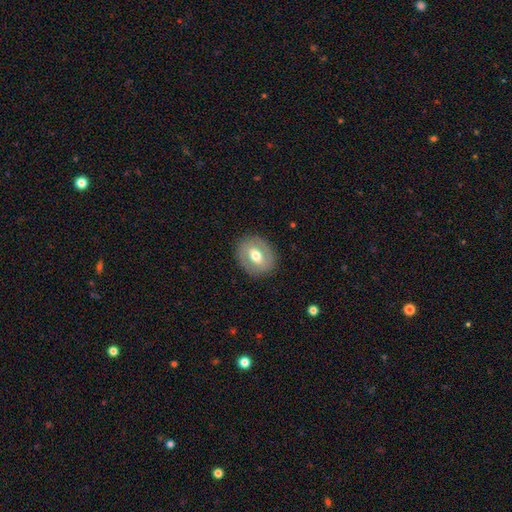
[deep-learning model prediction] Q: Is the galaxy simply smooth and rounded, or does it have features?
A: smooth — 47%.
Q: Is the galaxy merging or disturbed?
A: none — 85%.